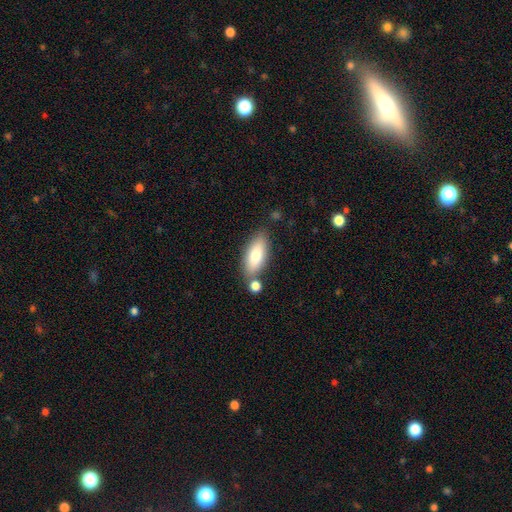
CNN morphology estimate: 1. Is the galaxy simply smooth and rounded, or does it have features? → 77% smooth, 17% featured or disk, 6% star or artifact.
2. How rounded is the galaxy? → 80% in between, 17% cigar-shaped, 3% round.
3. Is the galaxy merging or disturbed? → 72% none, 13% minor disturbance, 12% merger, 3% major disturbance.